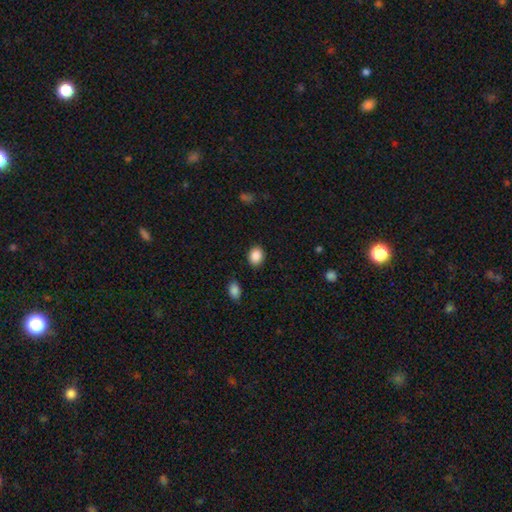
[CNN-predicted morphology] Smooth or featured? Predicted: smooth (p=0.88). How rounded? Predicted: round (p=0.56). Merging? Predicted: none (p=0.86).